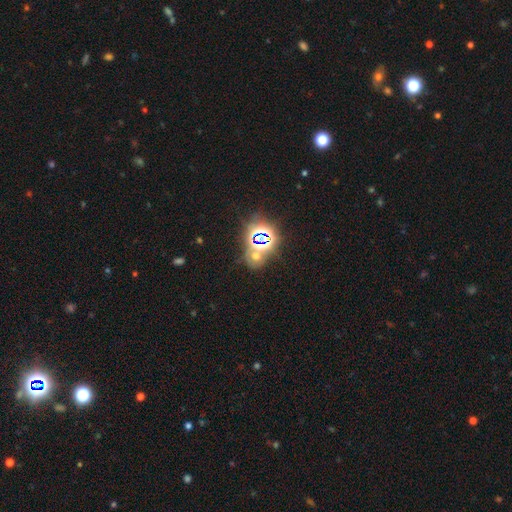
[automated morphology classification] Smooth or featured? star or artifact (62%)